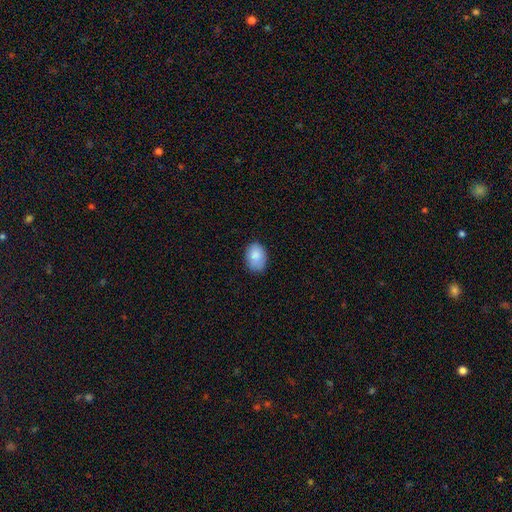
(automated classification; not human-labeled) A smooth galaxy with no disk features (85%) that is in between round and cigar-shaped (75%).

Vote fractions:
- Smooth or featured? smooth: 85% / featured or disk: 8% / star or artifact: 7%
- How rounded? in between: 75% / round: 24% / cigar-shaped: 1%
- Merging? none: 75% / minor disturbance: 20% / major disturbance: 4% / merger: 1%